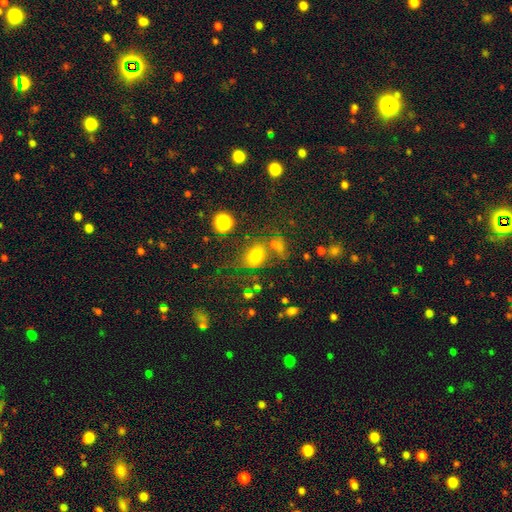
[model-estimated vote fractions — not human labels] Smooth or featured? Predicted: smooth (p=0.66). How rounded? Predicted: in between (p=0.70). Merging? Predicted: none (p=0.46).